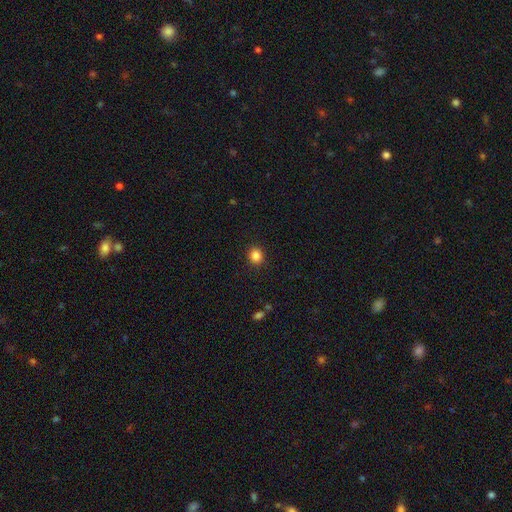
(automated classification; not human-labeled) smooth 85%, star or artifact 11%, featured or disk 4%. Down the decision tree: how rounded — round (83%); merging — none (91%).